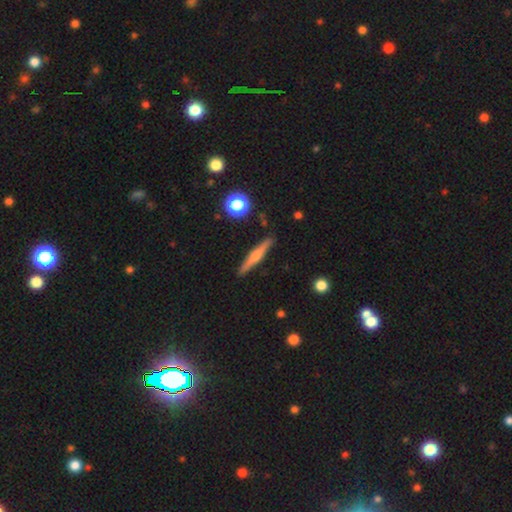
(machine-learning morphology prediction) The model was most divided on "smooth or featured": featured or disk: 56%, smooth: 37%, star or artifact: 7%. More confident: edge-on disk — yes (97%); merging — none (89%); edge-on bulge — rounded (69%).